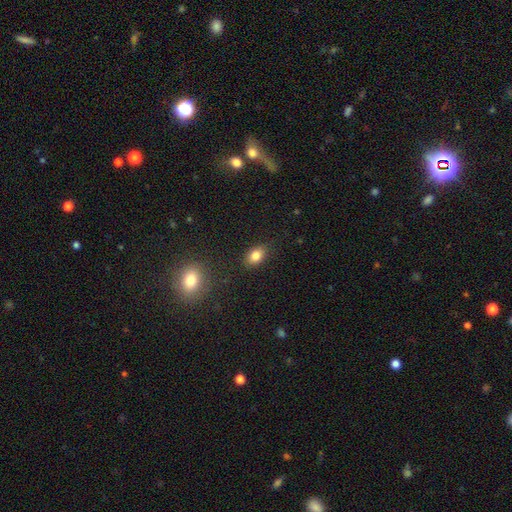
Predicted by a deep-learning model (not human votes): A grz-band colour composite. It shows a smooth galaxy with no disk features (81%) that is in between round and cigar-shaped (80%). Merging: none (85%).